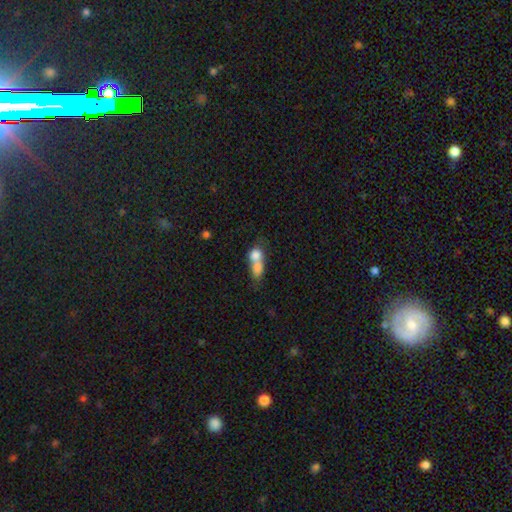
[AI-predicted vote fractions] Morphology: type=smooth (73%); roundness=in between (48%); merging=merger (75%).